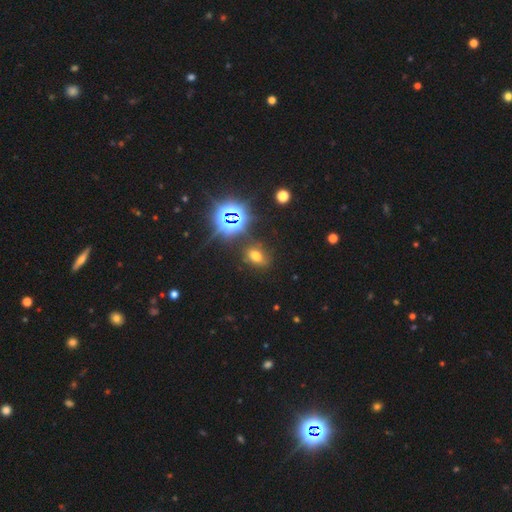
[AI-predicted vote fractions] Smooth or featured?
  - smooth: 55% *
  - star or artifact: 35%
  - featured or disk: 10%
How rounded?
  - in between: 75% *
  - round: 23%
  - cigar-shaped: 3%
Merging?
  - none: 77% *
  - minor disturbance: 13%
  - major disturbance: 5%
  - merger: 4%